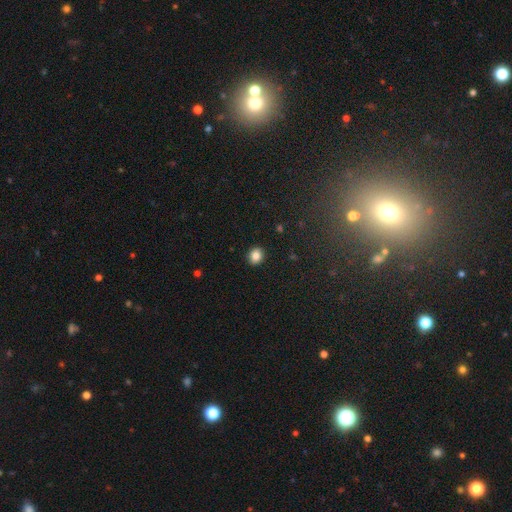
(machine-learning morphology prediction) The model was most divided on "how rounded": round: 66%, in between: 33%, cigar-shaped: 1%. More confident: merging — none (91%); smooth or featured — smooth (85%).